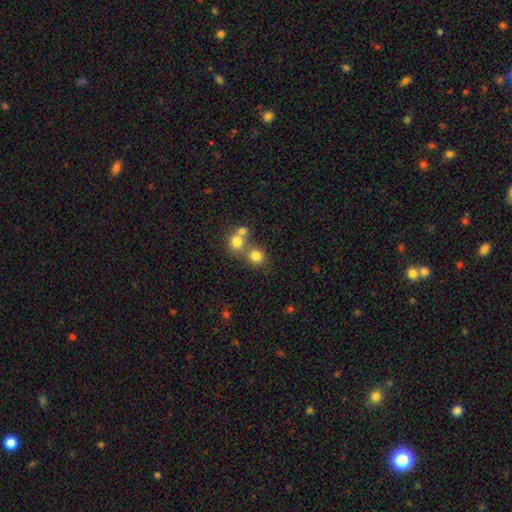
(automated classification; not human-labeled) This appears to be a smooth galaxy with no disk features (77%) that is round (86%). Merging: none (55%).